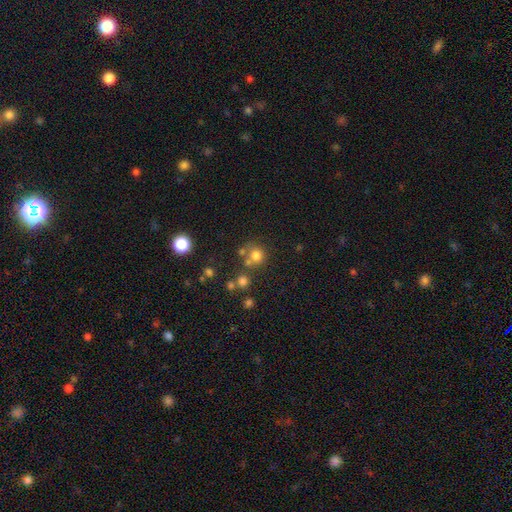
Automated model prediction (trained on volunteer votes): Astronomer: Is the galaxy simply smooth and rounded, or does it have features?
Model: smooth — 72%.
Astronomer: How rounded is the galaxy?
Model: round — 89%.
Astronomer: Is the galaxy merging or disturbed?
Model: none — 59%.